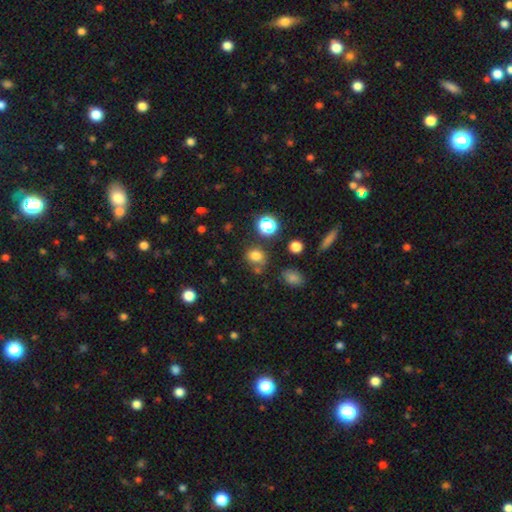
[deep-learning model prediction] A smooth galaxy with no disk features (73%) that is round (61%). Merging: none (65%).